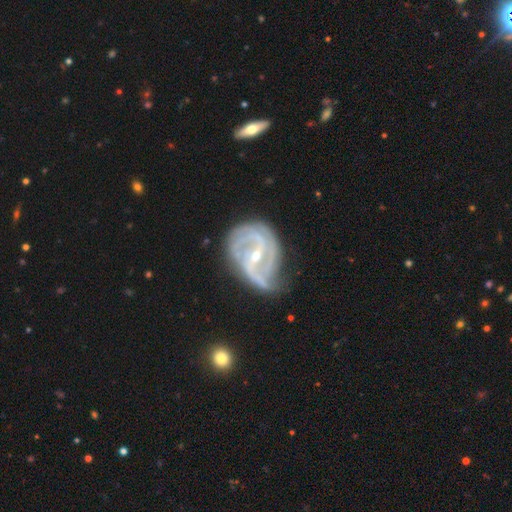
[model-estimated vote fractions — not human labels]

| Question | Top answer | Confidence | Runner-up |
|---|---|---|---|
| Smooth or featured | featured or disk | 91% | star or artifact (5%) |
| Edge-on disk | no | 97% | yes (3%) |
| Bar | strong | 47% | weak (38%) |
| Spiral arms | yes | 97% | no (3%) |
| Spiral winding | medium | 46% | tight (33%) |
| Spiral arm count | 2 | 52% | 3 (21%) |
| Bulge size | small | 65% | moderate (33%) |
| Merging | none | 47% | minor disturbance (31%) |